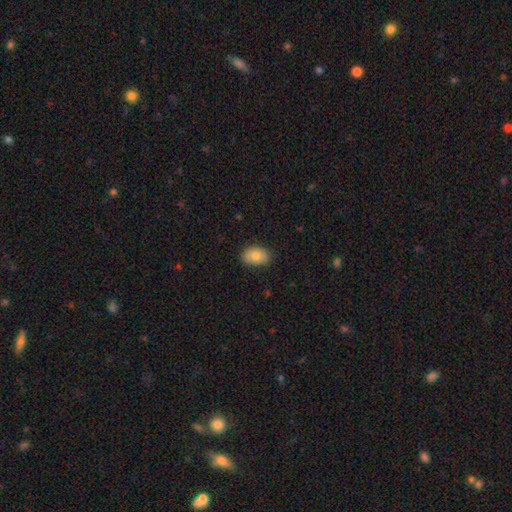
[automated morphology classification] A smooth galaxy with no disk features (82%) that is in between round and cigar-shaped (85%).

Vote fractions:
- Smooth or featured? smooth: 82% / featured or disk: 11% / star or artifact: 7%
- How rounded? in between: 85% / round: 14% / cigar-shaped: 1%
- Merging? none: 84% / minor disturbance: 13% / major disturbance: 2% / merger: 1%